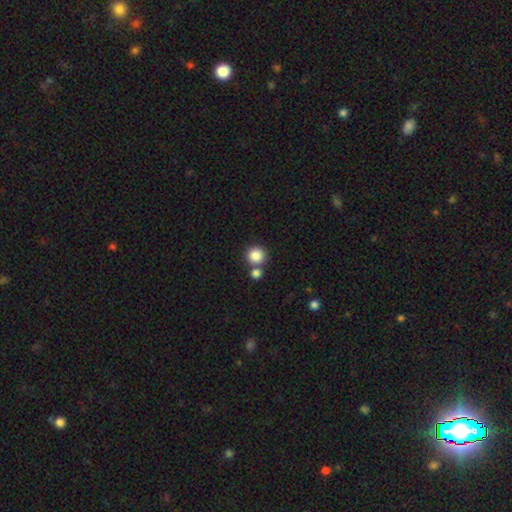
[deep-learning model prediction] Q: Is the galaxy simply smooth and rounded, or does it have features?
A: smooth — 85%.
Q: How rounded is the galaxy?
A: round — 92%.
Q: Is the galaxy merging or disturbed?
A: none — 66%.